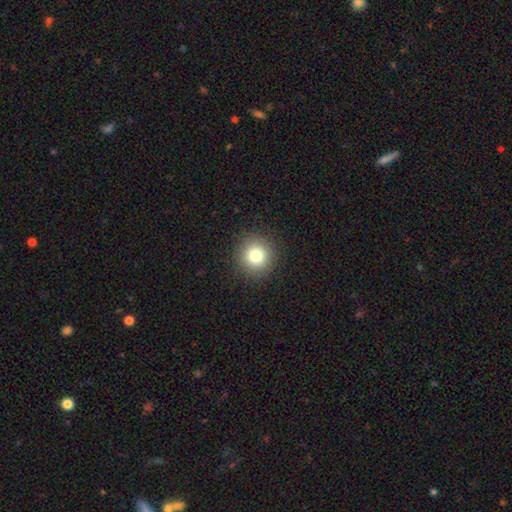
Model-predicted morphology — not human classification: The model was most divided on "smooth or featured": smooth: 80%, star or artifact: 12%, featured or disk: 8%. More confident: how rounded — round (93%); merging — none (91%).